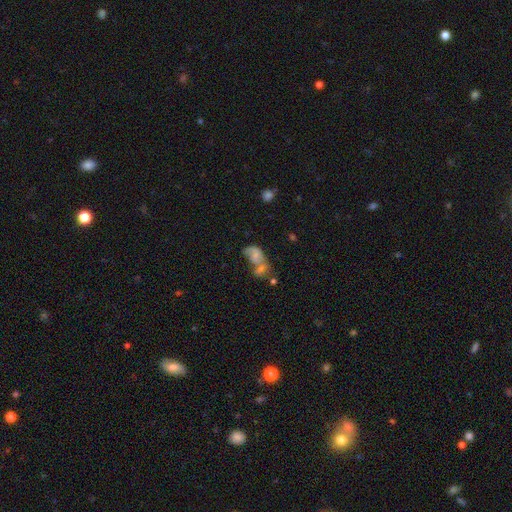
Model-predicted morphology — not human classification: This is possibly a smooth galaxy (46%). Merging: possibly merger (59%).